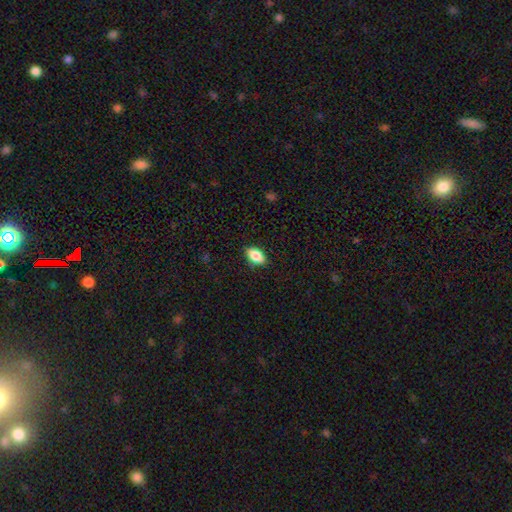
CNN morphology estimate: smooth-or-featured: smooth: 83% | featured or disk: 9% | star or artifact: 8%
  how-rounded: in between: 89% | round: 6% | cigar-shaped: 5%
  merging: none: 86% | minor disturbance: 11% | major disturbance: 2% | merger: 1%